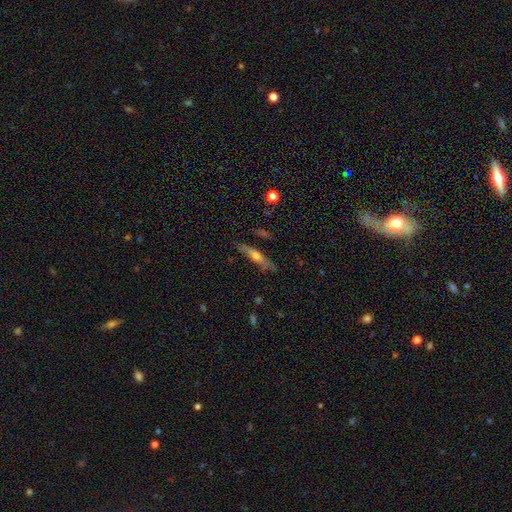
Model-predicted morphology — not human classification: This appears to be a featured or disk galaxy (50%) viewed edge-on (87%). Merging: none (78%).